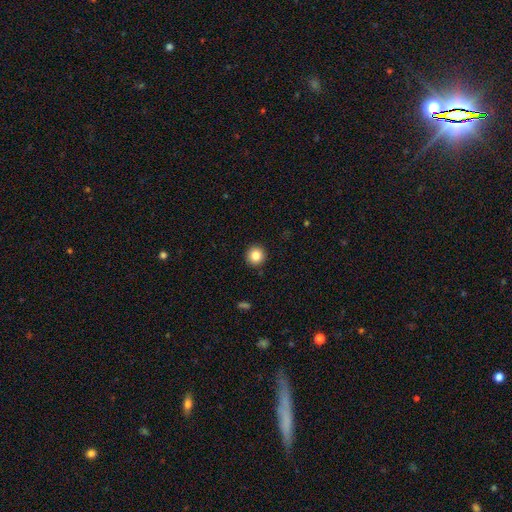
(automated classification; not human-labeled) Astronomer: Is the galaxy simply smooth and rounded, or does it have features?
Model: smooth — 83%.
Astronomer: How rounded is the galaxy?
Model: round — 94%.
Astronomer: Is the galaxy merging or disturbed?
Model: none — 92%.